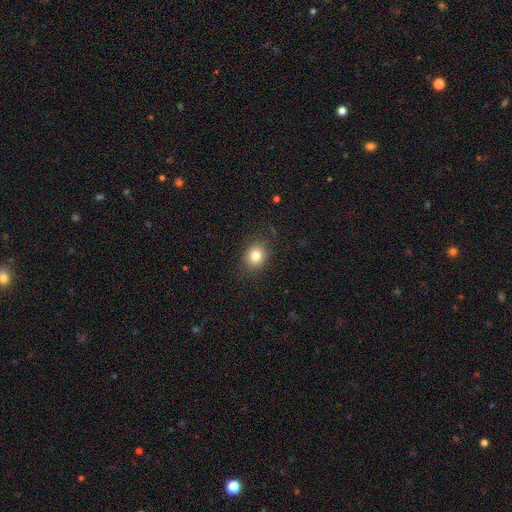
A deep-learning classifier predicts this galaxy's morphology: Smooth or featured?
  - smooth: 80% *
  - star or artifact: 11%
  - featured or disk: 8%
How rounded?
  - round: 61% *
  - in between: 38%
  - cigar-shaped: 1%
Merging?
  - none: 85% *
  - minor disturbance: 11%
  - major disturbance: 3%
  - merger: 1%